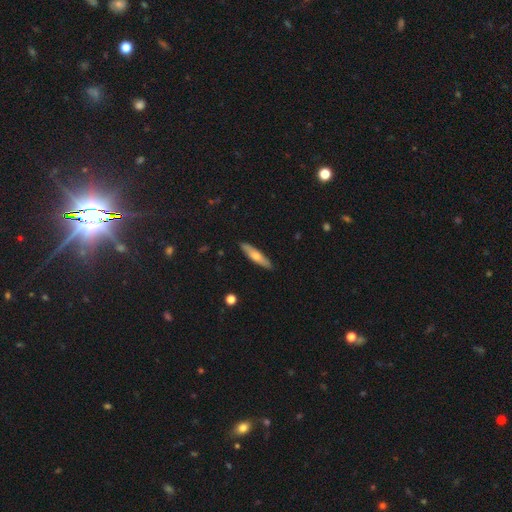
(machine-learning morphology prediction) This is possibly a smooth galaxy (55%). How rounded: clearly cigar-shaped (82%). Merging: clearly none (90%).